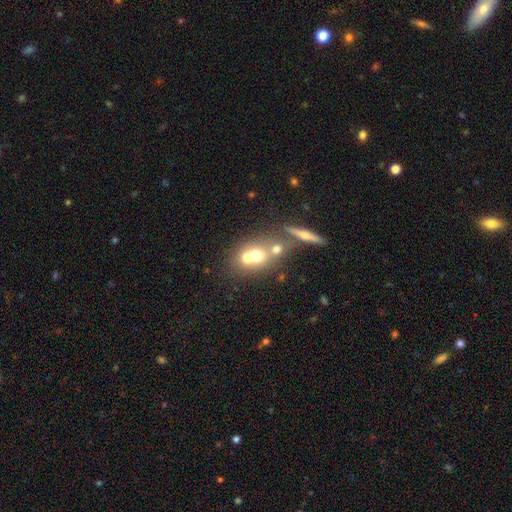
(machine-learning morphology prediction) smooth_or_featured: smooth (p=0.57) [alt: featured or disk p=0.28]
how_rounded: round (p=0.61) [alt: in between p=0.36]
merging: merger (p=0.56) [alt: none p=0.33]